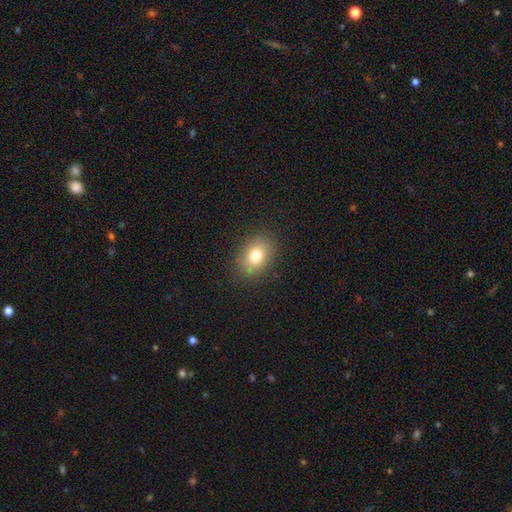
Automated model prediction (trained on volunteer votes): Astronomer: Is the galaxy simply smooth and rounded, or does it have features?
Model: smooth — 79%.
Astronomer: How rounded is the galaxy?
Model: in between — 70%.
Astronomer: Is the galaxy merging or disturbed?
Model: none — 87%.